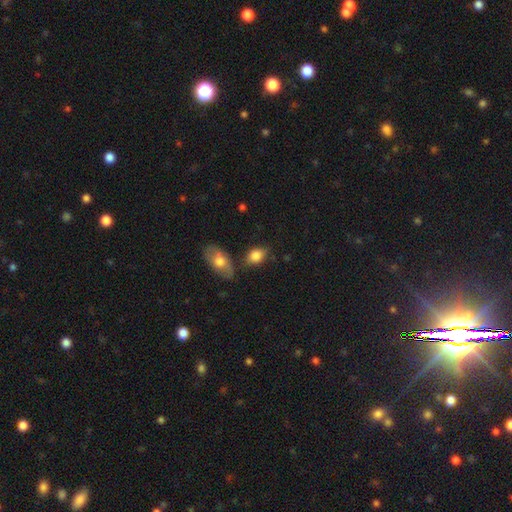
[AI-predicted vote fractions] Smooth or featured? Predicted: smooth (p=0.83). How rounded? Predicted: in between (p=0.81). Merging? Predicted: none (p=0.68).